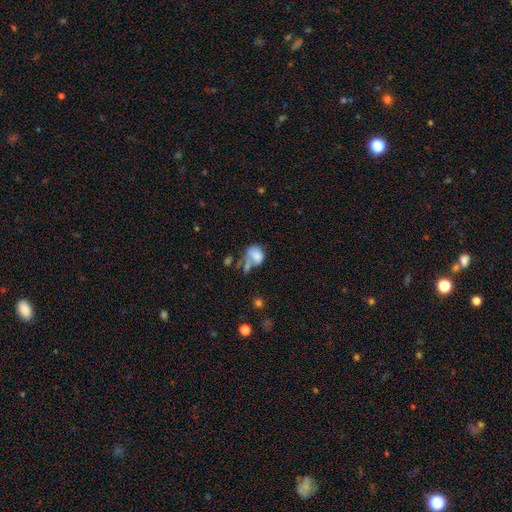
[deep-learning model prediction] Morphology: type=smooth (72%); roundness=in between (62%); merging=merger (35%).